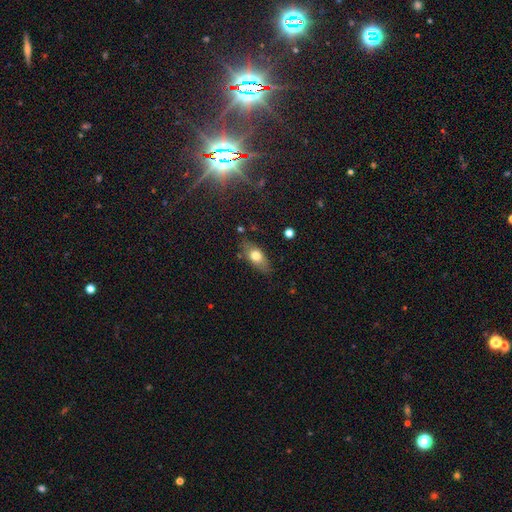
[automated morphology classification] smooth-or-featured: smooth: 69% | featured or disk: 23% | star or artifact: 8%
  how-rounded: in between: 81% | cigar-shaped: 12% | round: 6%
  merging: none: 77% | minor disturbance: 17% | major disturbance: 4% | merger: 2%